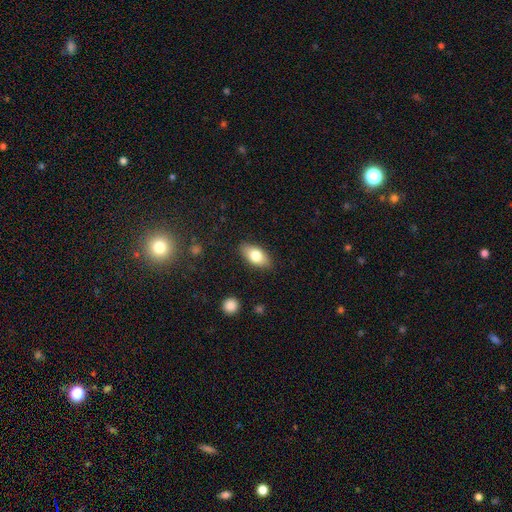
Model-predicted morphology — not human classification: type=smooth (76%); roundness=in between (90%); merging=none (86%).